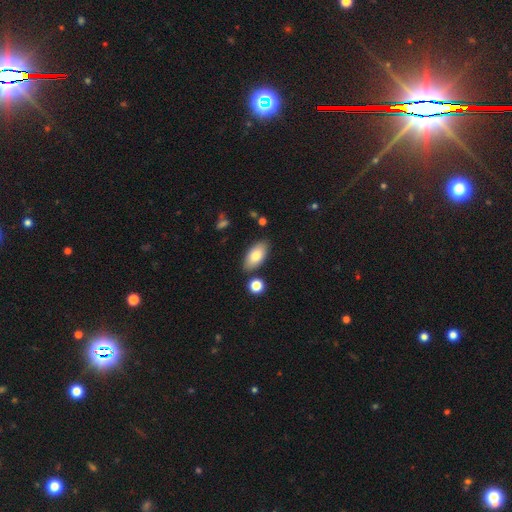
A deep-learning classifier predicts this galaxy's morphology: smooth-or-featured: smooth: 78% | featured or disk: 16% | star or artifact: 7%
  how-rounded: in between: 92% | cigar-shaped: 5% | round: 3%
  merging: none: 83% | minor disturbance: 10% | merger: 5% | major disturbance: 2%